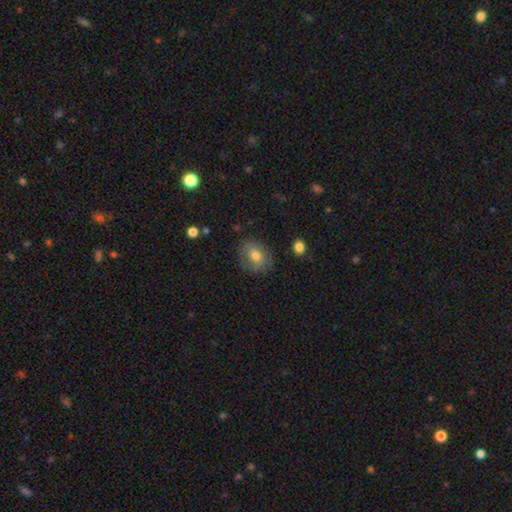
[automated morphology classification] Smooth or featured?
  - smooth: 63% *
  - featured or disk: 28%
  - star or artifact: 9%
How rounded?
  - in between: 52% *
  - round: 47%
  - cigar-shaped: 1%
Merging?
  - none: 74% *
  - minor disturbance: 18%
  - major disturbance: 7%
  - merger: 1%